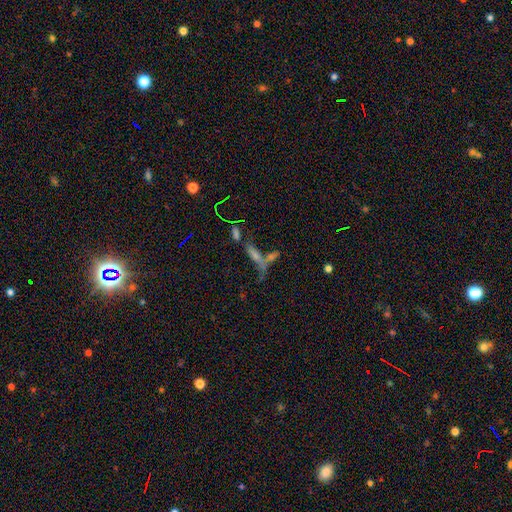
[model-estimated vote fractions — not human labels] A featured or disk galaxy (39%). Merging: merger (39%).